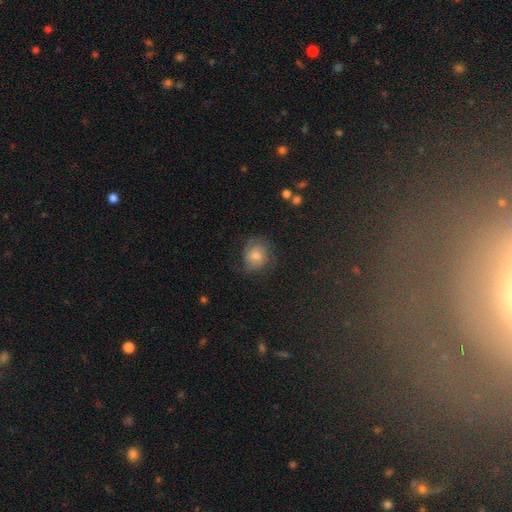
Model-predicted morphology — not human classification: The model was most divided on "smooth or featured": featured or disk: 45%, smooth: 40%, star or artifact: 15%. More confident: merging — none (65%).